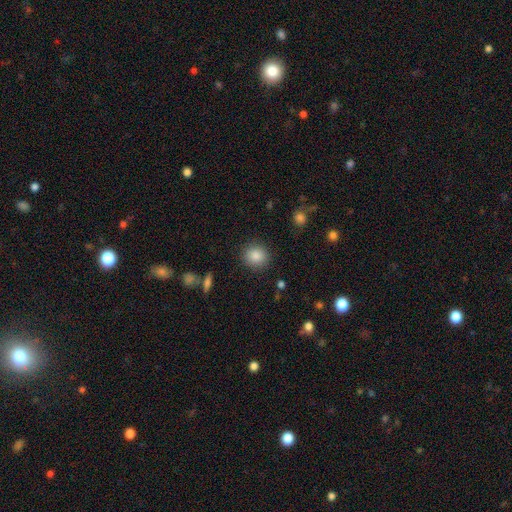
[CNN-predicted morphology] The model was most divided on "smooth or featured": smooth: 86%, star or artifact: 9%, featured or disk: 5%. More confident: merging — none (89%); how rounded — round (89%).